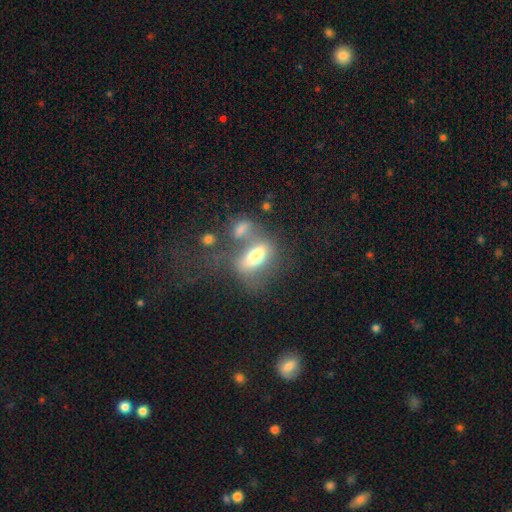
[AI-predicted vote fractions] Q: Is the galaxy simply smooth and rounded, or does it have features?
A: smooth — 61%.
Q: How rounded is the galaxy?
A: in between — 79%.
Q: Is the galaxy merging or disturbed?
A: none — 37%.